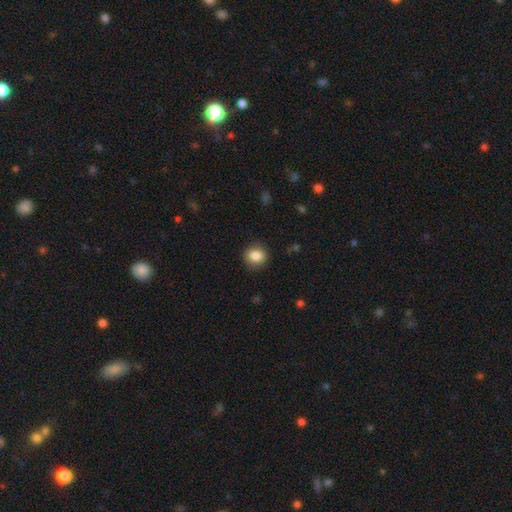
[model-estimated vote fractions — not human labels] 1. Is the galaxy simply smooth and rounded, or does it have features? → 85% smooth, 9% star or artifact, 6% featured or disk.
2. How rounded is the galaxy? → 88% round, 11% in between, 1% cigar-shaped.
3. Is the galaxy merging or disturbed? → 89% none, 7% minor disturbance, 2% major disturbance, 1% merger.